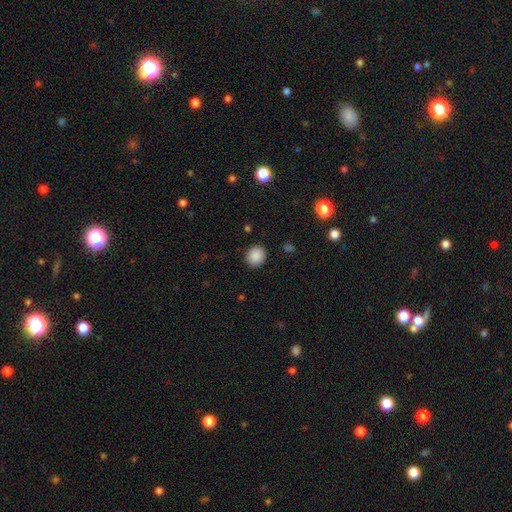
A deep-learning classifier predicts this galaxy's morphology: smooth_or_featured: smooth (p=0.88) [alt: star or artifact p=0.09]
how_rounded: round (p=0.78) [alt: in between p=0.22]
merging: none (p=0.90) [alt: minor disturbance p=0.07]